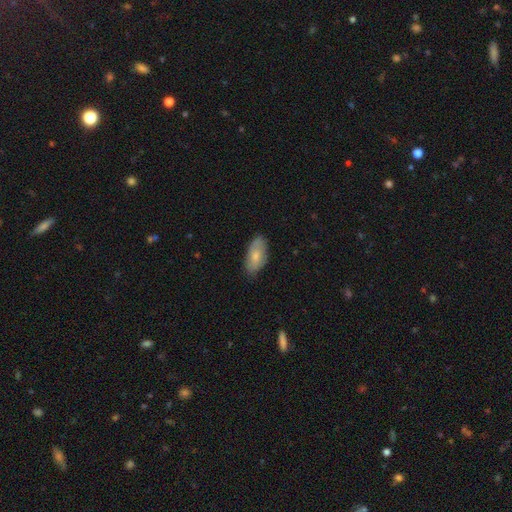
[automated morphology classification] Smooth or featured: smooth — 70% (featured or disk — 24%)
How rounded: in between — 92% (cigar-shaped — 5%)
Merging: none — 77% (minor disturbance — 18%)